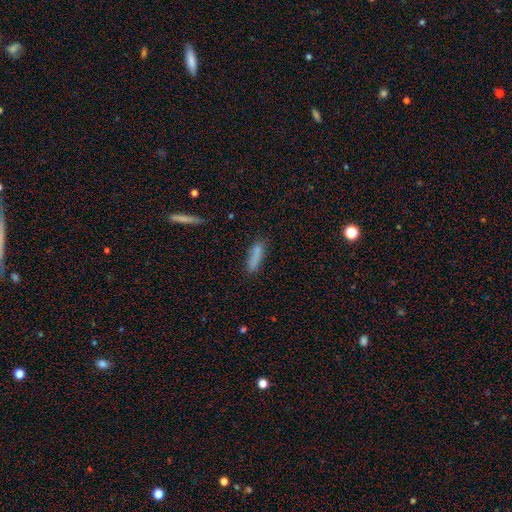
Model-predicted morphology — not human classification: smooth 79%, featured or disk 11%, star or artifact 10%. Down the decision tree: how rounded — cigar-shaped (67%); merging — none (67%).